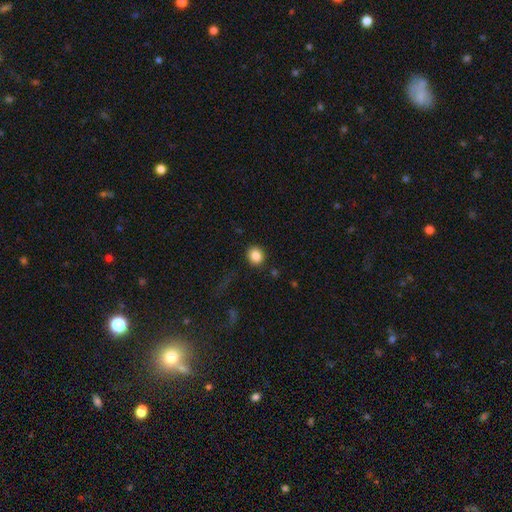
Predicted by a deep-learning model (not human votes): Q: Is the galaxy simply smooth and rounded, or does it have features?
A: smooth — 86%.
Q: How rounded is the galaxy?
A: round — 76%.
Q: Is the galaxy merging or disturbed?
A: none — 88%.